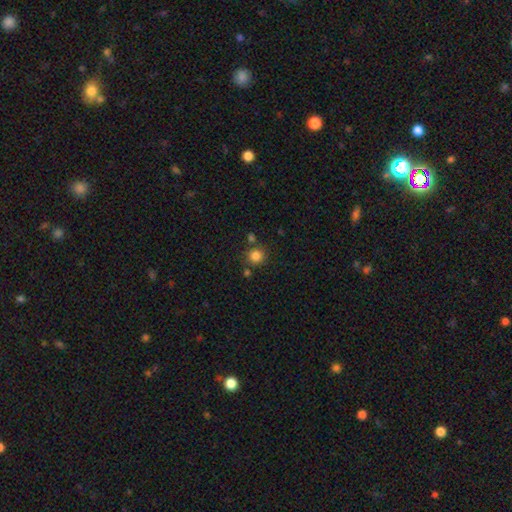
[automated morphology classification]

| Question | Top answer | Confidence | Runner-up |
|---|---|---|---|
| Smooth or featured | smooth | 84% | star or artifact (12%) |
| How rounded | round | 91% | in between (8%) |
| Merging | none | 77% | merger (10%) |